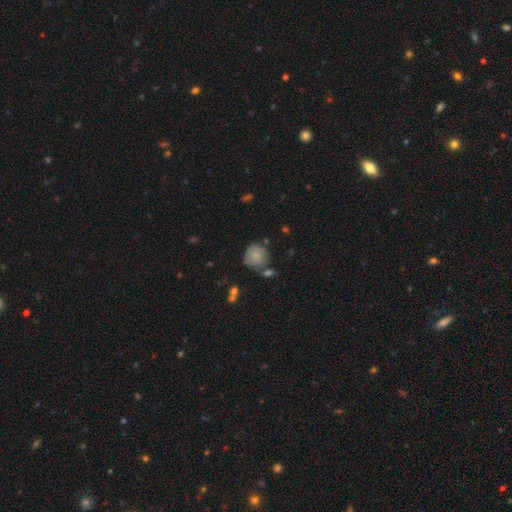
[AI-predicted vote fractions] smooth-or-featured: smooth: 81% | featured or disk: 11% | star or artifact: 8%
  how-rounded: round: 86% | in between: 12% | cigar-shaped: 1%
  merging: none: 62% | minor disturbance: 21% | merger: 11% | major disturbance: 6%